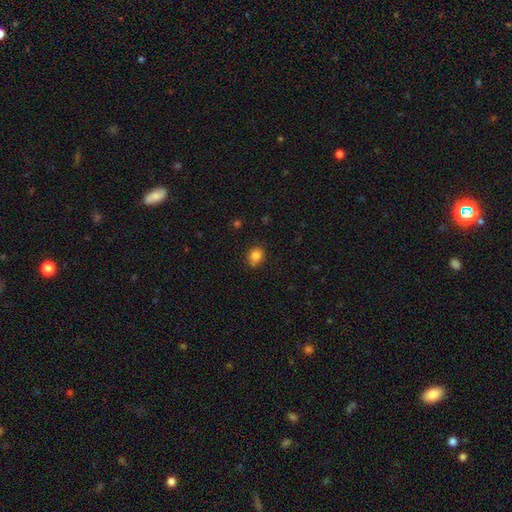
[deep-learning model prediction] Morphology: type=smooth (84%); roundness=round (58%); merging=none (73%).